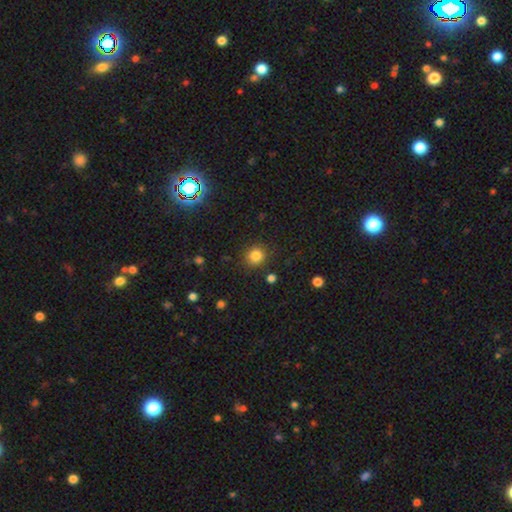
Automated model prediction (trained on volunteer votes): smooth_or_featured: smooth (p=0.83) [alt: star or artifact p=0.12]
how_rounded: round (p=0.89) [alt: in between p=0.11]
merging: none (p=0.87) [alt: minor disturbance p=0.07]